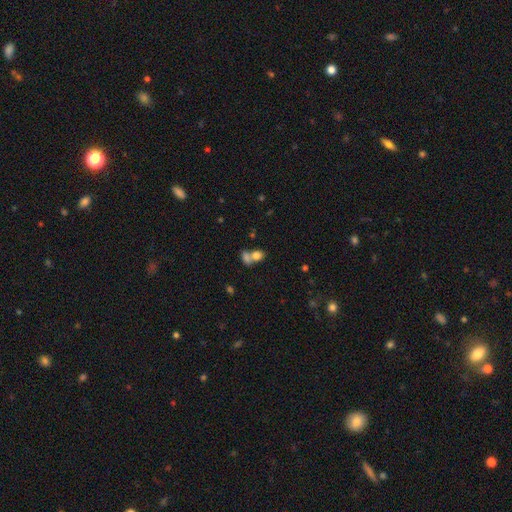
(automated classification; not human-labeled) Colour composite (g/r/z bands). It shows a smooth galaxy with no disk features (77%) that is in between round and cigar-shaped (58%). Merging: merger (60%).